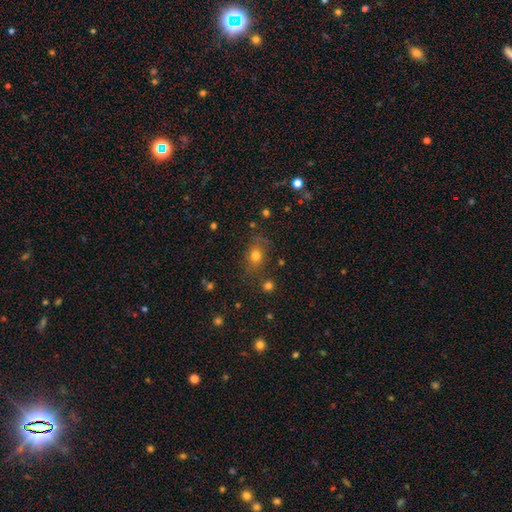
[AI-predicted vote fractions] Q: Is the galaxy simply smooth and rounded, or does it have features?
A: smooth — 71%.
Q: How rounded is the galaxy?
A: in between — 53%.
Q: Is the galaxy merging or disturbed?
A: none — 72%.